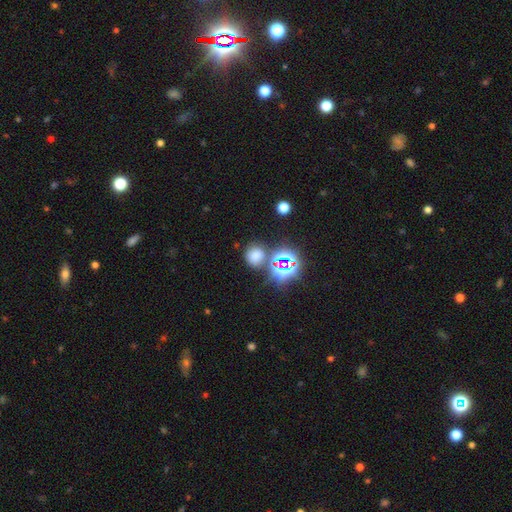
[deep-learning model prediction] smooth 62%, star or artifact 30%, featured or disk 8%. Down the decision tree: how rounded — round (79%); merging — none (72%).